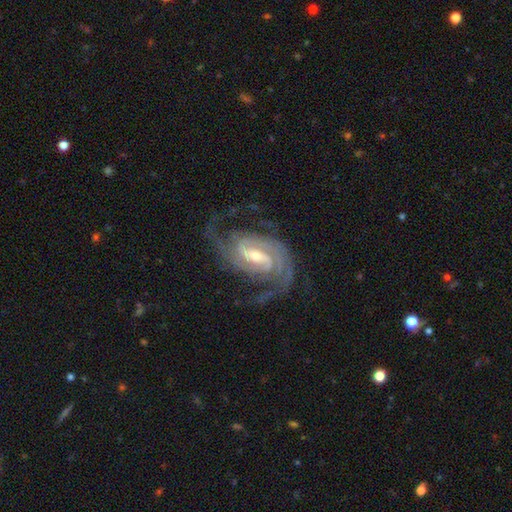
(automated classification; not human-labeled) This is clearly a featured or disk galaxy (93%). It is clearly not viewed edge-on (97%). Bar: possibly weak (47%). Spiral arm pattern: clearly yes (99%). Spiral arm count: possibly 2 (58%). Spiral winding: possibly tight (51%). Central bulge: possibly small (50%). Merging: likely none (71%).